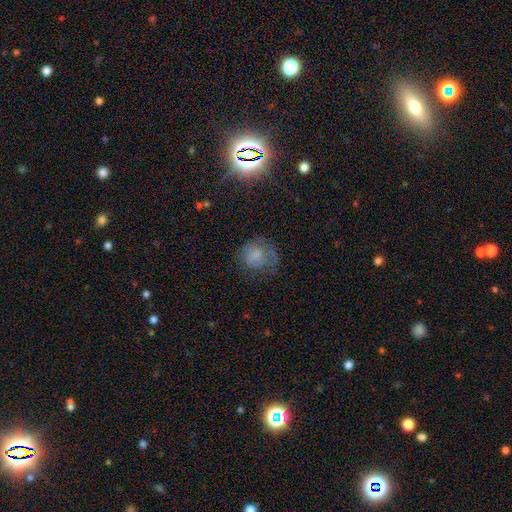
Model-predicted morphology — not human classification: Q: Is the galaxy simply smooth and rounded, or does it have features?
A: smooth — 66%.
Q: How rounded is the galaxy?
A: round — 81%.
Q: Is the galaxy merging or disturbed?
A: none — 53%.